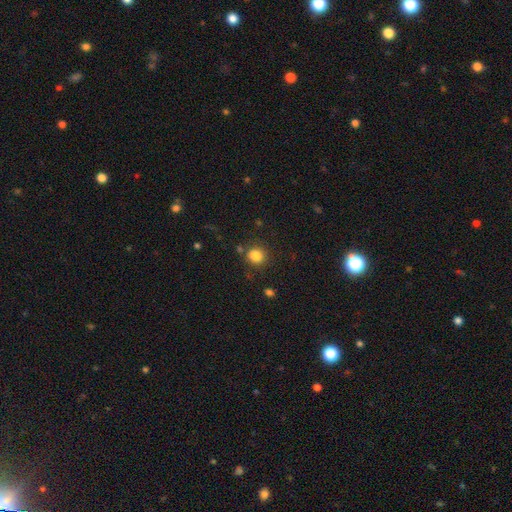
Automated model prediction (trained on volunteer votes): This appears to be a smooth galaxy with no disk features (84%) that is round (77%). Merging: none (81%).